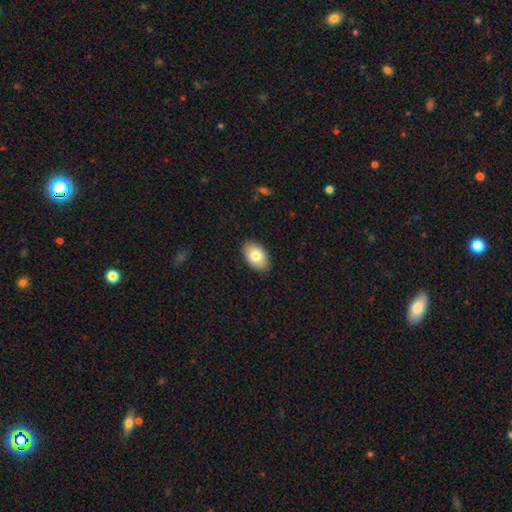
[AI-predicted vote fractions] A smooth galaxy with no disk features (79%) that is in between round and cigar-shaped (92%).

Vote fractions:
- Smooth or featured? smooth: 79% / featured or disk: 14% / star or artifact: 7%
- How rounded? in between: 92% / round: 7% / cigar-shaped: 1%
- Merging? none: 88% / minor disturbance: 9% / major disturbance: 2% / merger: 1%